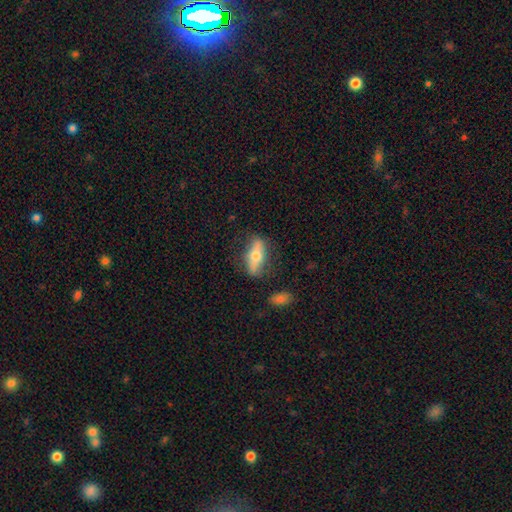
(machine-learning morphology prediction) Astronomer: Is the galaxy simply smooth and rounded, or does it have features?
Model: featured or disk — 49% (runner-up: smooth, 44%).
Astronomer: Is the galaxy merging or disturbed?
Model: none — 77%.